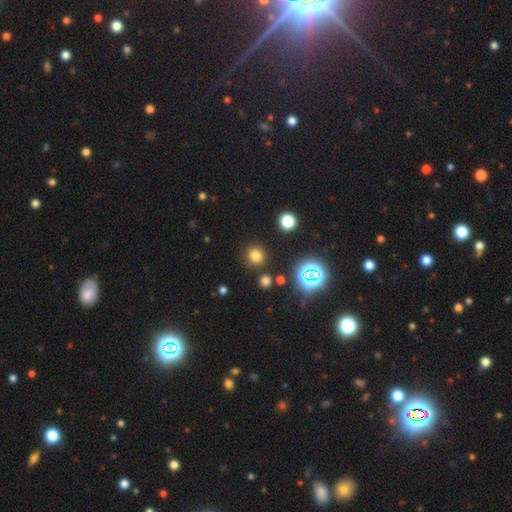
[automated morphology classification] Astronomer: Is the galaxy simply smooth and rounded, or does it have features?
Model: smooth — 71%.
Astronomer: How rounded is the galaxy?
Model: round — 89%.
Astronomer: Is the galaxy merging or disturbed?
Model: none — 85%.